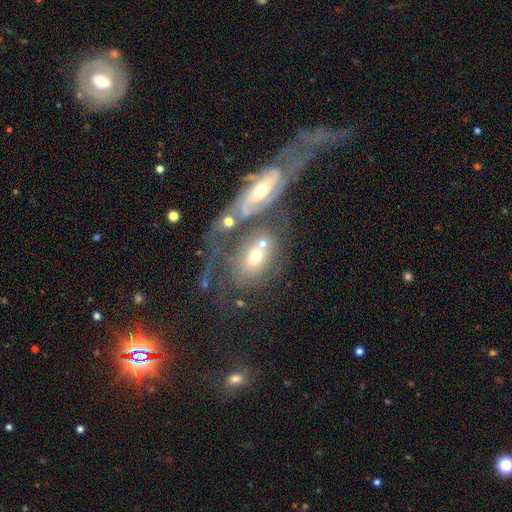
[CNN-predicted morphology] The model was most divided on "smooth or featured": featured or disk: 56%, smooth: 34%, star or artifact: 10%. Remaining: edge-on disk — no (89%); merging — merger (49%).